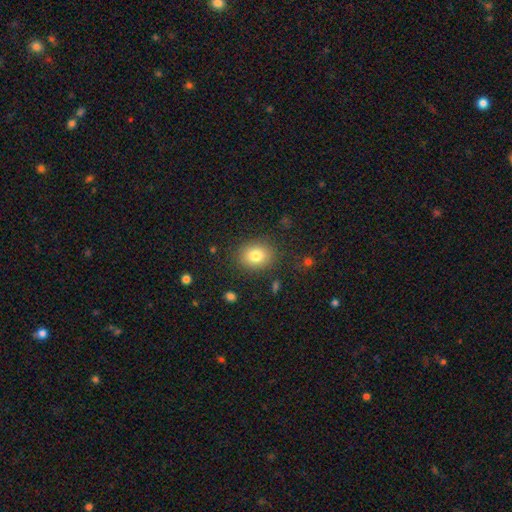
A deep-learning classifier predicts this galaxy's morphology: This appears to be a smooth galaxy with no disk features (80%) that is round (59%). Merging: none (85%).